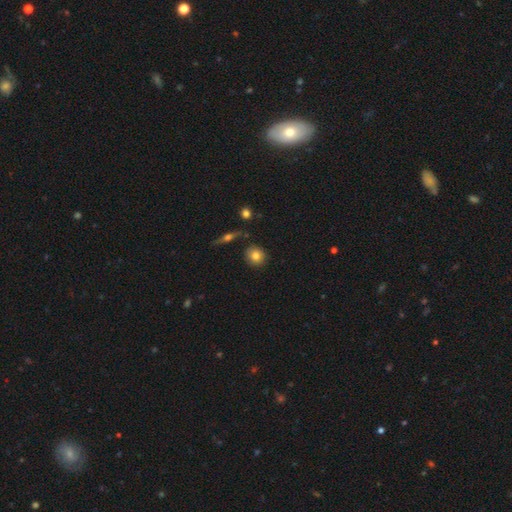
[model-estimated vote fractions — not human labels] Overall: smooth (78%). How rounded: round (88%). Merging: none (85%).